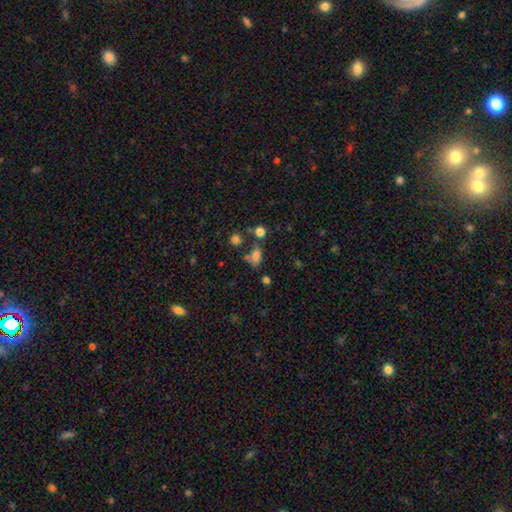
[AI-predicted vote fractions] smooth-or-featured: smooth: 74% | star or artifact: 16% | featured or disk: 9%
  how-rounded: in between: 82% | round: 13% | cigar-shaped: 6%
  merging: none: 56% | minor disturbance: 18% | merger: 17% | major disturbance: 8%